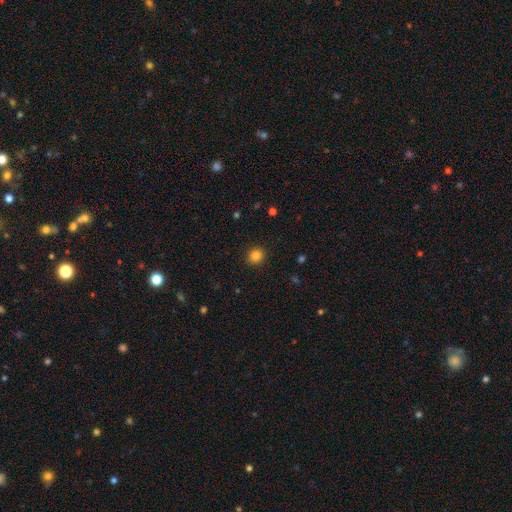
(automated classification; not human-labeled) Overall: smooth (83%). How rounded: round (88%). Merging: none (92%).